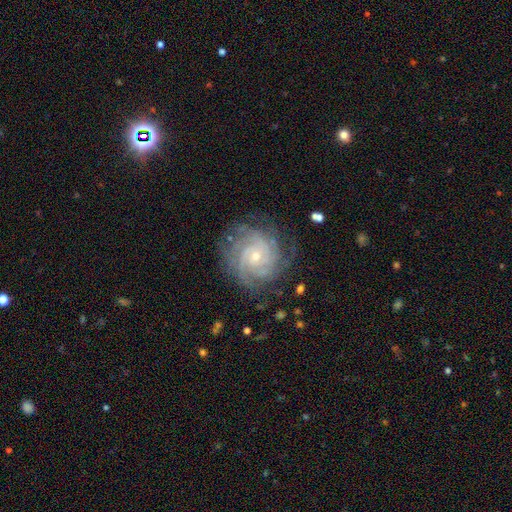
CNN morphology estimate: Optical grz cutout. It shows a featured or disk galaxy (87%) with no bar (76%), 4 (29%) tight (77%) spiral arms (98%) and a small central bulge (72%). Merging: none (77%).